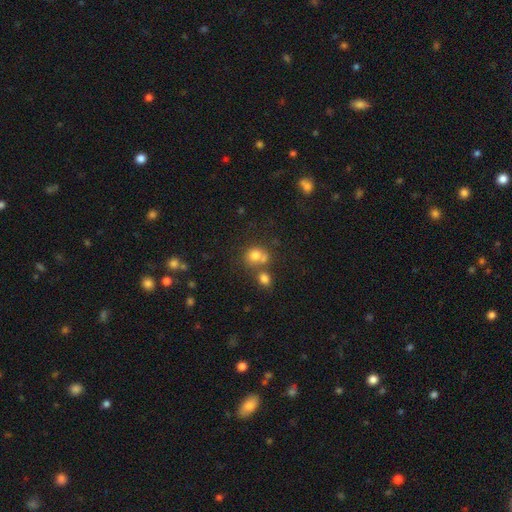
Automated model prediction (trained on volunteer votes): The model was most divided on "merging": none: 44%, merger: 39%, minor disturbance: 11%, major disturbance: 5%. More confident: smooth or featured — smooth (76%); how rounded — round (72%).